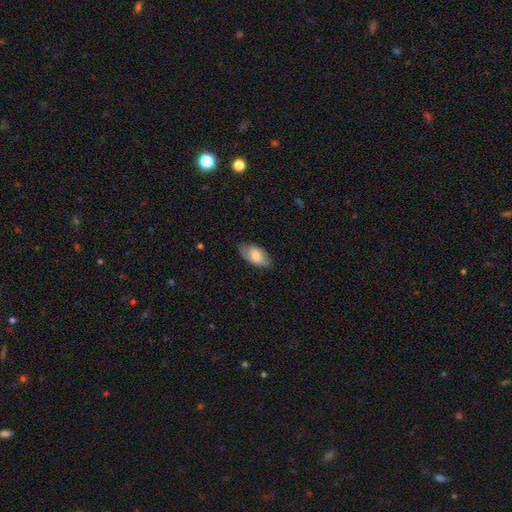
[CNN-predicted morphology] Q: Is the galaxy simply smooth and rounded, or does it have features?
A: smooth — 69%.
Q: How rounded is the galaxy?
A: in between — 93%.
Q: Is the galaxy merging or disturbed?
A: none — 76%.